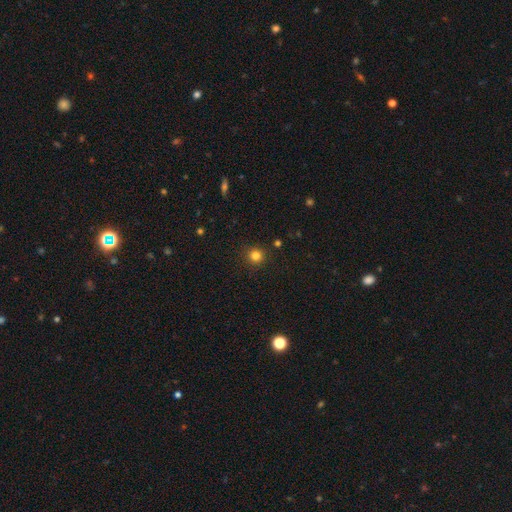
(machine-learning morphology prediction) A smooth galaxy with no disk features (82%) that is round (94%). Merging: none (91%).